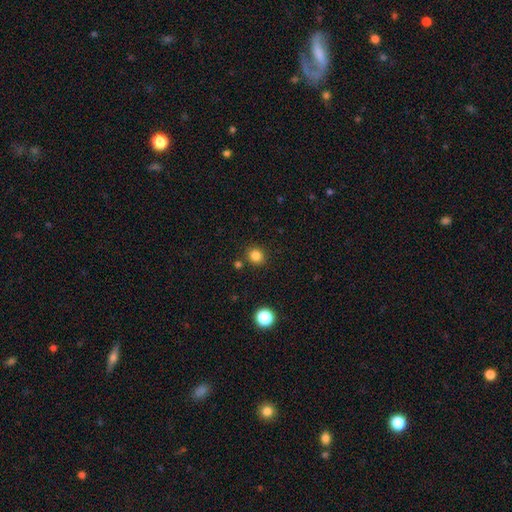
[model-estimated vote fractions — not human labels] smooth 83%, star or artifact 13%, featured or disk 4%. Down the decision tree: how rounded — round (84%); merging — none (86%).